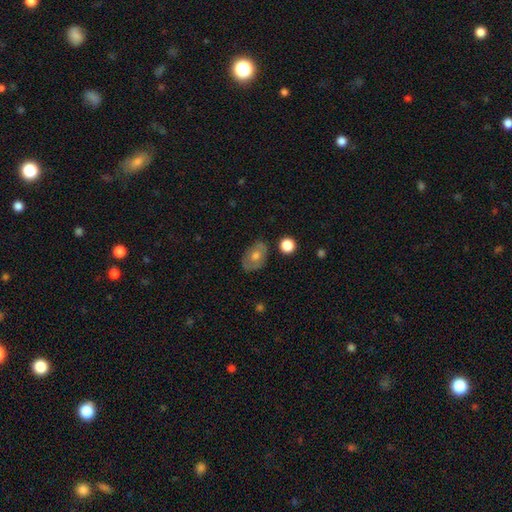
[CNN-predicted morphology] Overall: smooth (54%; featured or disk 38%). How rounded: in between (76%). Merging: none (79%).